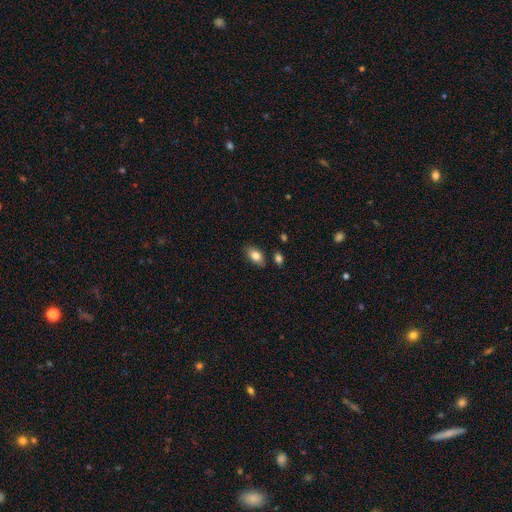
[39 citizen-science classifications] Smooth or featured? smooth (72%)
How rounded? in between (96%)
Merging? none (86%)